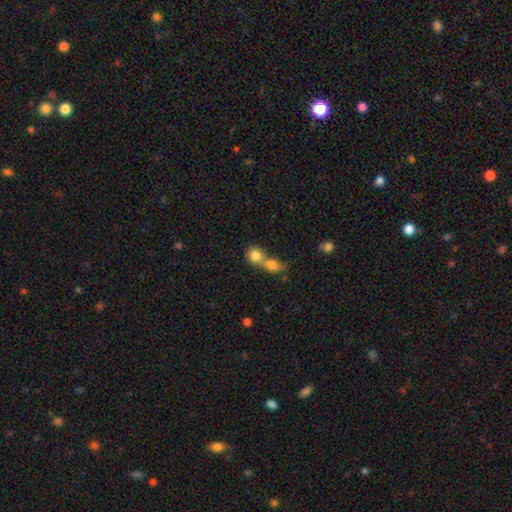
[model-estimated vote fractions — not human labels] Smooth or featured?
  - smooth: 81% *
  - featured or disk: 10%
  - star or artifact: 9%
How rounded?
  - round: 79% *
  - in between: 20%
  - cigar-shaped: 2%
Merging?
  - merger: 61% *
  - none: 31%
  - minor disturbance: 6%
  - major disturbance: 3%